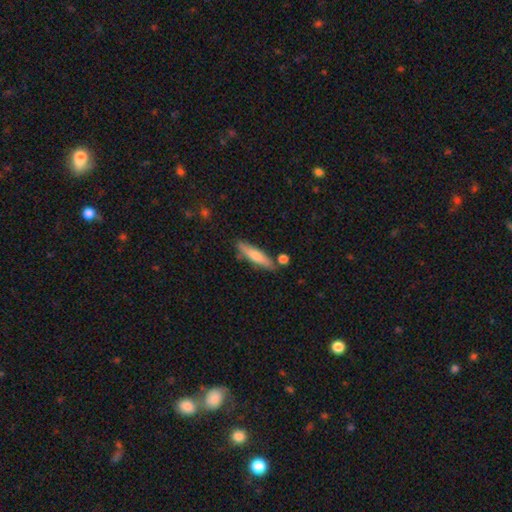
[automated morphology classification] smooth 70%, featured or disk 24%, star or artifact 6%. Down the decision tree: how rounded — cigar-shaped (79%); merging — none (77%).